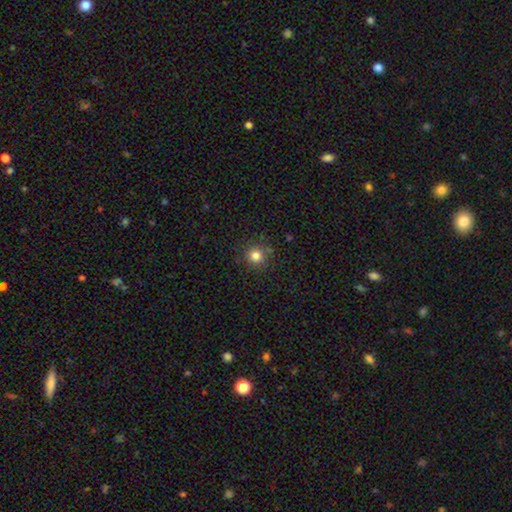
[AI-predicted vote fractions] A smooth galaxy with no disk features (81%) that is round (94%). Merging: none (86%).